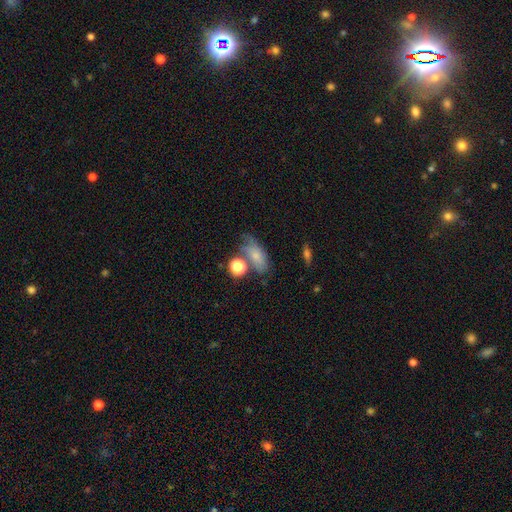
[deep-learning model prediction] smooth_or_featured: smooth (p=0.66) [alt: featured or disk p=0.23]
how_rounded: in between (p=0.79) [alt: round p=0.14]
merging: none (p=0.42) [alt: minor disturbance p=0.26]